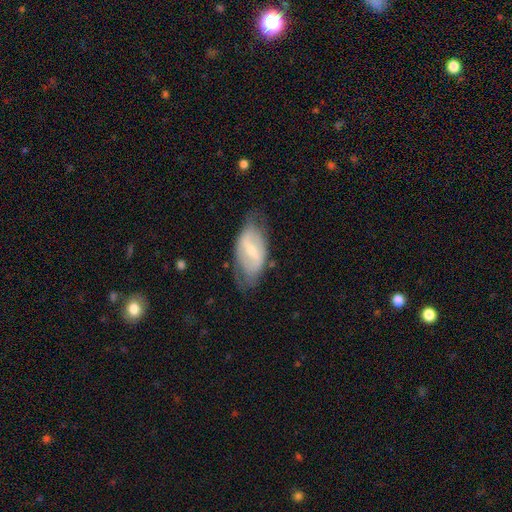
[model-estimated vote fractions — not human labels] featured or disk 62%, smooth 32%, star or artifact 6%. Down the decision tree: edge-on disk — no (91%); bar — strong (47%); spiral arms — yes (58%); bulge size — small (53%); merging — none (61%).